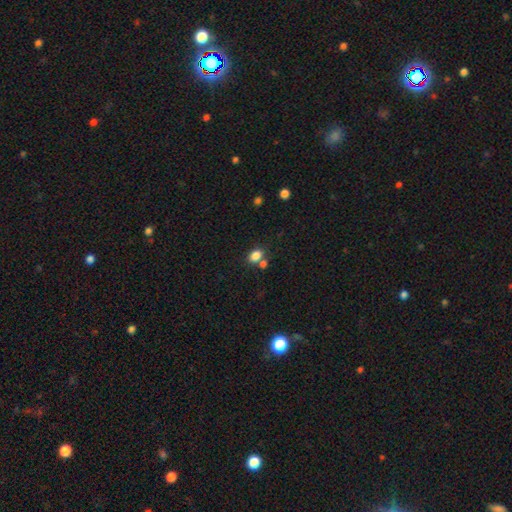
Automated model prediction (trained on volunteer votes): A smooth galaxy with no disk features (83%) that is in between round and cigar-shaped (75%). Merging: none (59%).